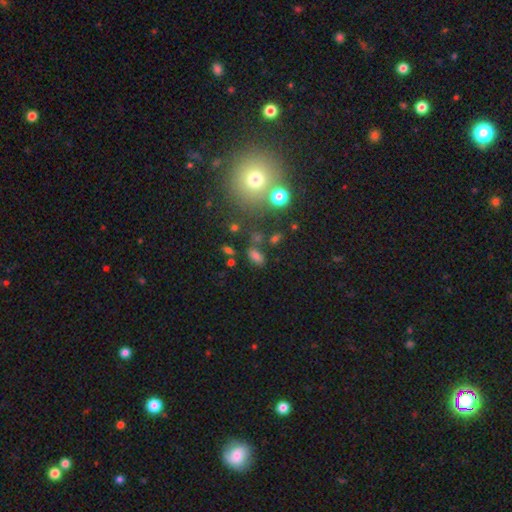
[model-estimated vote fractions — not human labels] smooth 70%, star or artifact 21%, featured or disk 9%. Down the decision tree: how rounded — in between (84%); merging — none (68%).